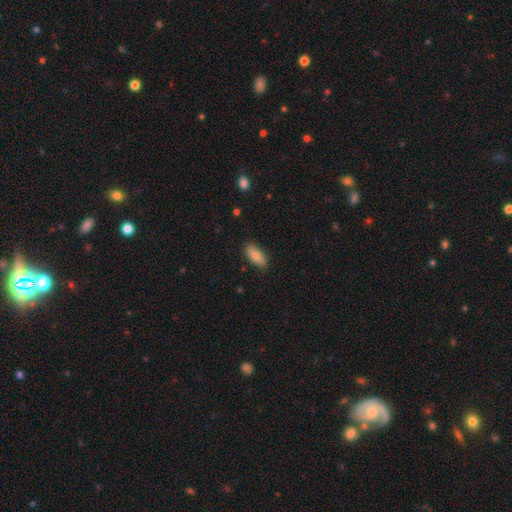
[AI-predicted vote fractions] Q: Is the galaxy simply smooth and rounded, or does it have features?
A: smooth — 77%.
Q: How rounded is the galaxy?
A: in between — 79%.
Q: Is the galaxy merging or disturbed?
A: none — 84%.